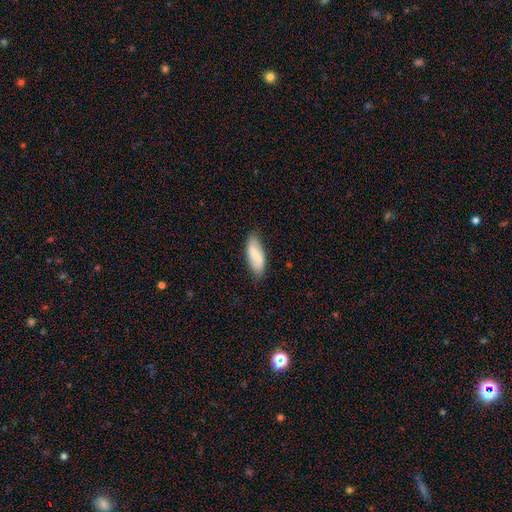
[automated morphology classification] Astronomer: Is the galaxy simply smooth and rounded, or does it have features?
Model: smooth — 74%.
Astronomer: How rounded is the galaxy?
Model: in between — 76%.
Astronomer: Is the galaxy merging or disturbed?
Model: none — 74%.